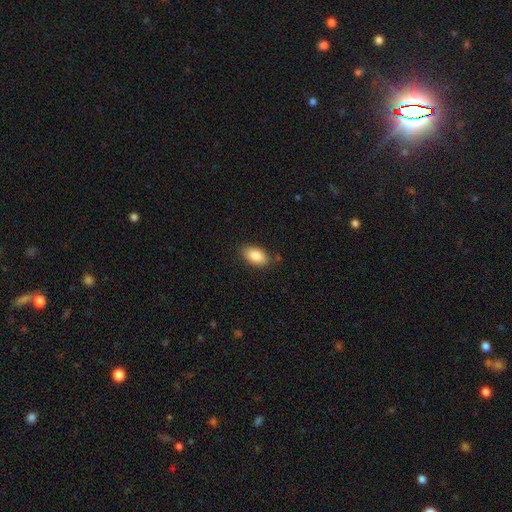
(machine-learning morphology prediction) Q: Smooth or featured?
A: smooth (85%); runner-up: featured or disk (8%)
Q: How rounded?
A: in between (92%); runner-up: round (6%)
Q: Merging?
A: none (83%); runner-up: minor disturbance (13%)